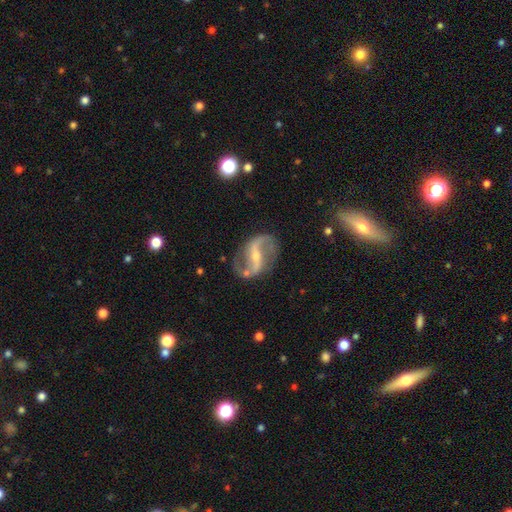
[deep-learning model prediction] A featured or disk galaxy (90%) with a strong bar (54%), 2 (93%) loose (58%) spiral arms (95%) and a small central bulge (62%).

Vote fractions:
- Smooth or featured? featured or disk: 90% / star or artifact: 5% / smooth: 5%
- Edge-on disk? no: 97% / yes: 3%
- Bar? strong: 54% / weak: 31% / no: 15%
- Spiral arms? yes: 95% / no: 5%
- Spiral winding? loose: 58% / medium: 33% / tight: 9%
- Spiral arm count? 2: 93% / can't tell: 2% / 1: 2% / 3: 1% / 4: 1% / more than 4: 1%
- Bulge size? small: 62% / moderate: 32% / none: 4% / large: 2% / dominant: 1%
- Merging? none: 80% / minor disturbance: 13% / major disturbance: 5% / merger: 2%